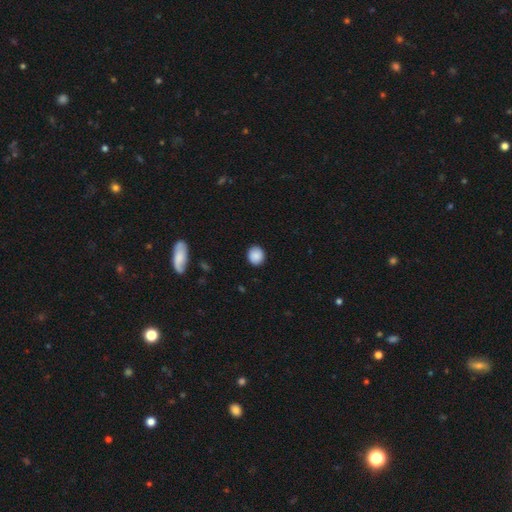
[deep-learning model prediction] A smooth galaxy with no disk features (89%) that is round (87%).

Vote fractions:
- Smooth or featured? smooth: 89% / star or artifact: 8% / featured or disk: 3%
- How rounded? round: 87% / in between: 12% / cigar-shaped: 1%
- Merging? none: 91% / minor disturbance: 7% / major disturbance: 2% / merger: 1%